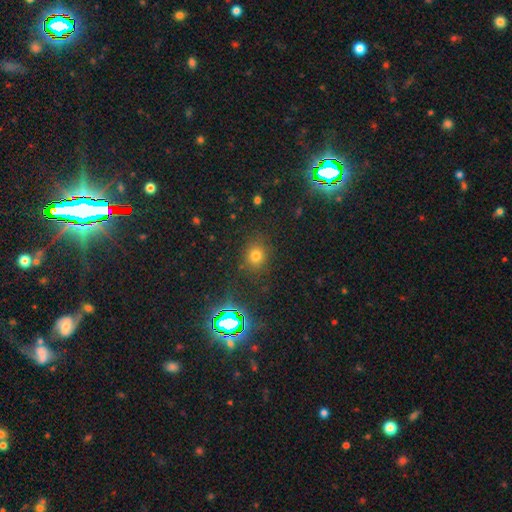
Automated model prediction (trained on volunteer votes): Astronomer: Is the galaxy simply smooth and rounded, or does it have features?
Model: smooth — 70%.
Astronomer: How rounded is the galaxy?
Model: round — 73%.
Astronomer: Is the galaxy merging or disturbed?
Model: none — 83%.